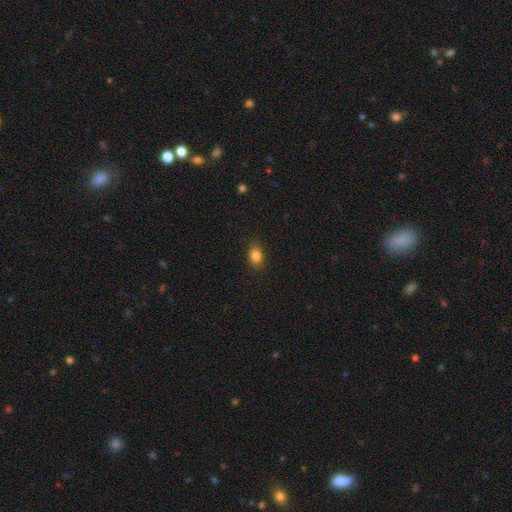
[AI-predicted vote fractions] smooth-or-featured: smooth: 84% | star or artifact: 10% | featured or disk: 6%
  how-rounded: in between: 75% | round: 23% | cigar-shaped: 2%
  merging: none: 86% | minor disturbance: 10% | major disturbance: 2% | merger: 1%